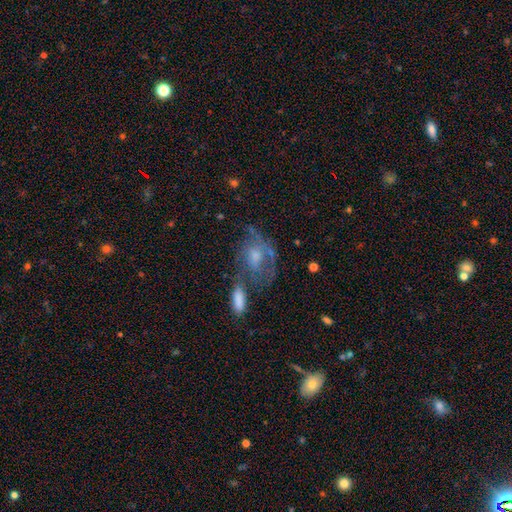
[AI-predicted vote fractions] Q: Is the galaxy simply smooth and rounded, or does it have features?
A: featured or disk — 64%.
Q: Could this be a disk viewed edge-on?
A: no — 95%.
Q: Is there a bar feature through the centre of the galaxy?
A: no — 70%.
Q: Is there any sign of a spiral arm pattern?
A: yes — 65%.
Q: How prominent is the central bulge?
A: moderate — 47%.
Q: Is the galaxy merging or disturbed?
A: none — 40%.